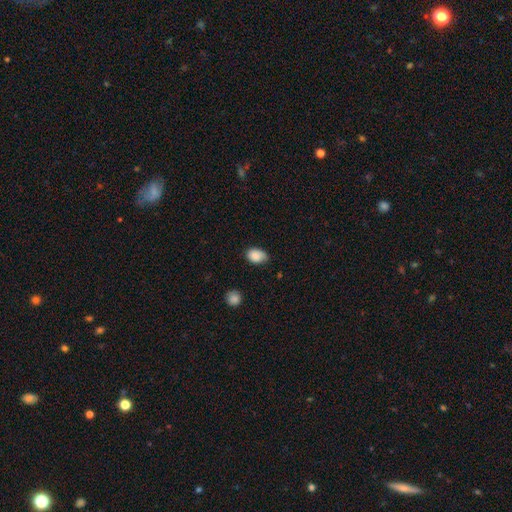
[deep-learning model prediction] This appears to be a smooth galaxy with no disk features (86%) that is in between round and cigar-shaped (80%). Merging: none (59%).